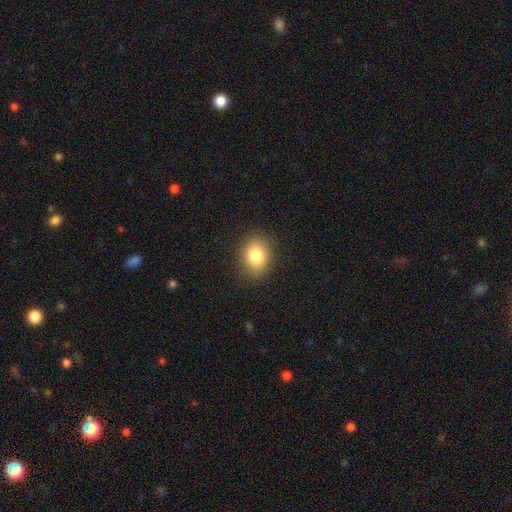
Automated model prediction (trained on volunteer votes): The model was most divided on "how rounded": in between: 51%, round: 48%, cigar-shaped: 1%. More confident: merging — none (88%); smooth or featured — smooth (82%).